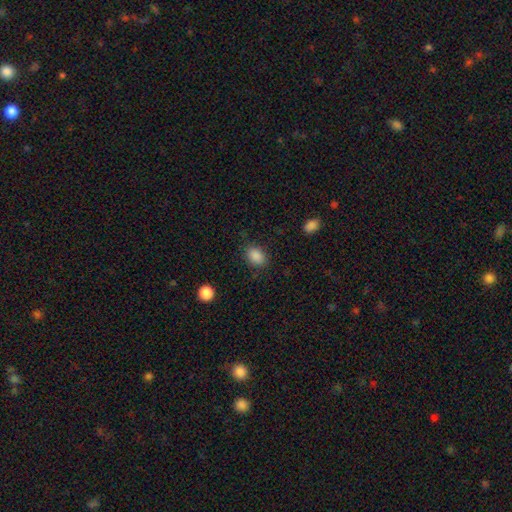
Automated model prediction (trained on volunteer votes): Smooth or featured? Predicted: smooth (p=0.88). How rounded? Predicted: in between (p=0.75). Merging? Predicted: none (p=0.84).